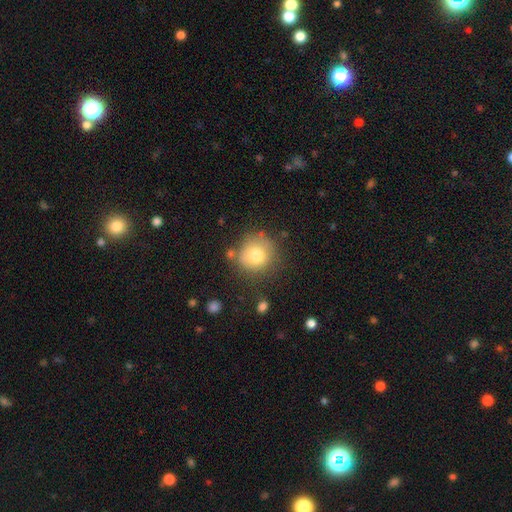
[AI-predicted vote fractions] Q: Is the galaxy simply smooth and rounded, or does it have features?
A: smooth — 77%.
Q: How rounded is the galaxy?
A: round — 91%.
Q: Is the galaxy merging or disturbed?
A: none — 69%.